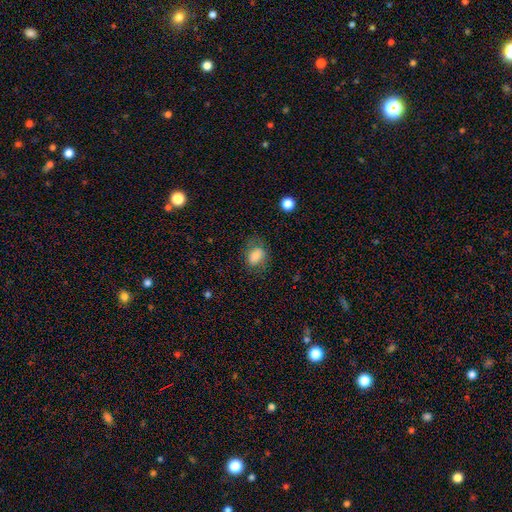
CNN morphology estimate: Overall: smooth (79%). How rounded: in between (70%). Merging: none (66%).